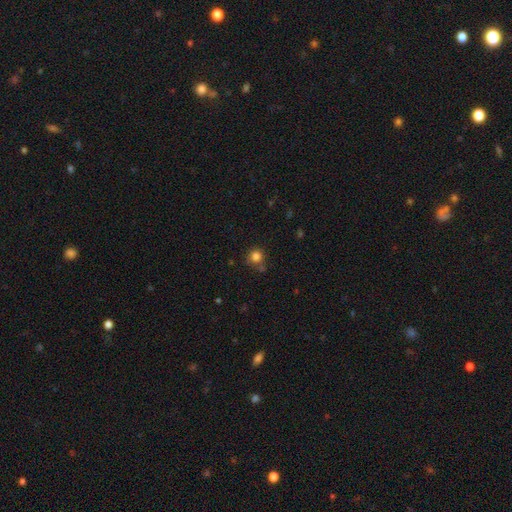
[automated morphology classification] Q: Smooth or featured?
A: smooth (81%); runner-up: star or artifact (13%)
Q: How rounded?
A: round (90%); runner-up: in between (9%)
Q: Merging?
A: none (69%); runner-up: minor disturbance (17%)